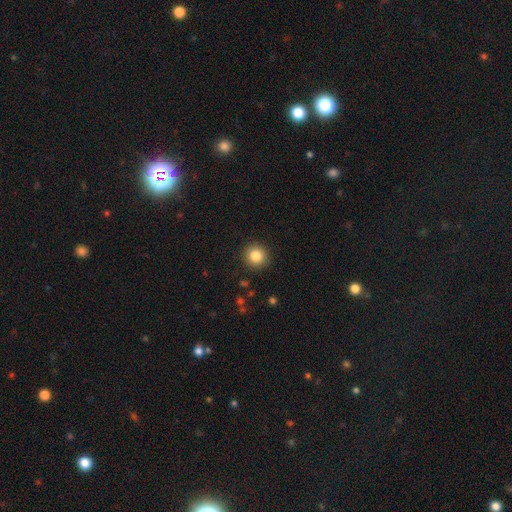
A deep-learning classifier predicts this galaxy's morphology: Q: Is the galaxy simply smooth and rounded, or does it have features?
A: smooth — 85%.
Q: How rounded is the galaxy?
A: round — 91%.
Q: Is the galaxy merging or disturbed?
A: none — 90%.